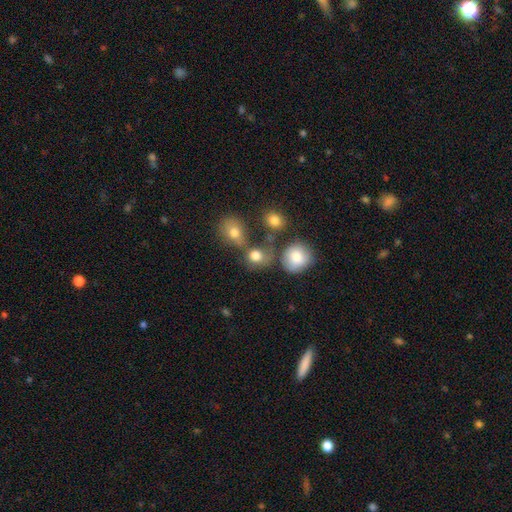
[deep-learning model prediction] smooth-or-featured: smooth: 79% | star or artifact: 11% | featured or disk: 10%
  how-rounded: round: 69% | in between: 29% | cigar-shaped: 2%
  merging: none: 47% | merger: 29% | minor disturbance: 14% | major disturbance: 10%